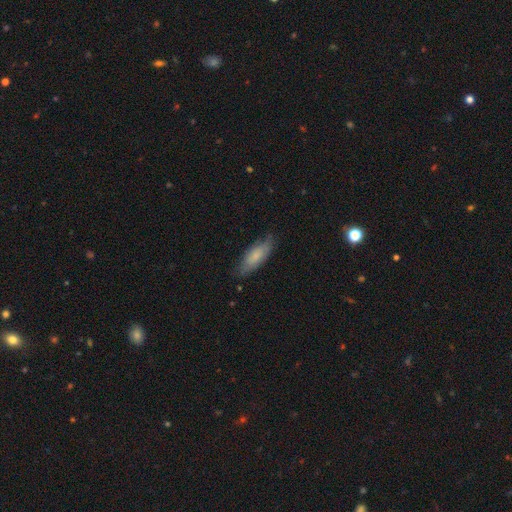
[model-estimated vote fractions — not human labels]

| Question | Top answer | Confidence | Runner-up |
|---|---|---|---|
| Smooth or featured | smooth | 73% | featured or disk (22%) |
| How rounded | in between | 66% | cigar-shaped (32%) |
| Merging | none | 71% | minor disturbance (23%) |